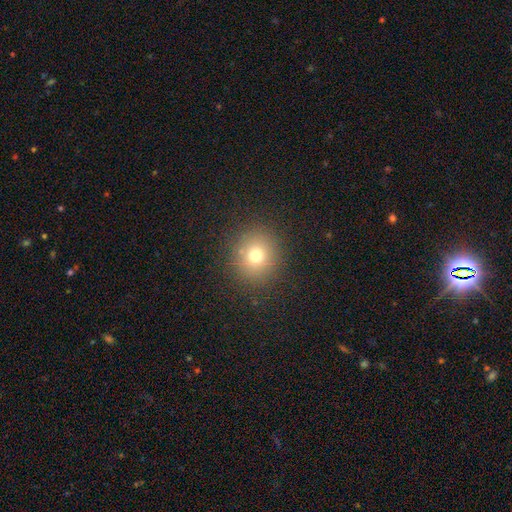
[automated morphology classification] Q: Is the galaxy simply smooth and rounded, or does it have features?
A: smooth — 72%.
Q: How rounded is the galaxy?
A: round — 84%.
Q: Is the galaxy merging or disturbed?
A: none — 86%.